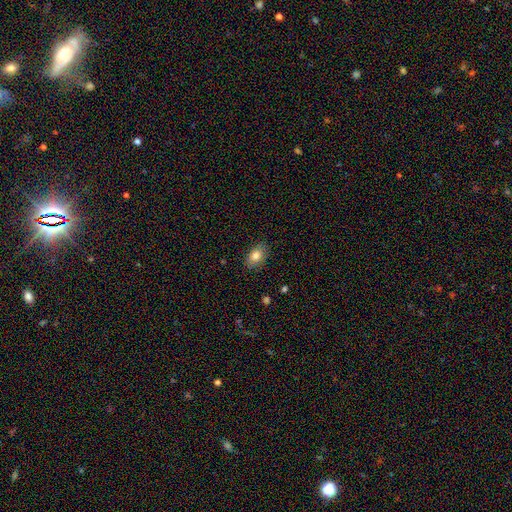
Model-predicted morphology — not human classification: type=smooth (83%); roundness=in between (84%); merging=none (85%).